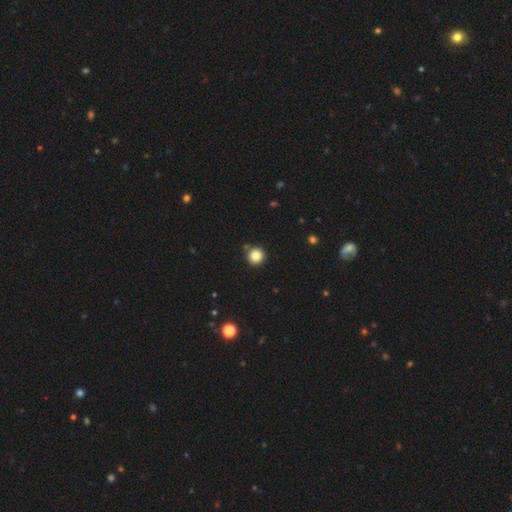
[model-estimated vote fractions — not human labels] smooth-or-featured: smooth: 85% | star or artifact: 11% | featured or disk: 4%
  how-rounded: round: 95% | in between: 4% | cigar-shaped: 1%
  merging: none: 88% | minor disturbance: 7% | merger: 3% | major disturbance: 2%